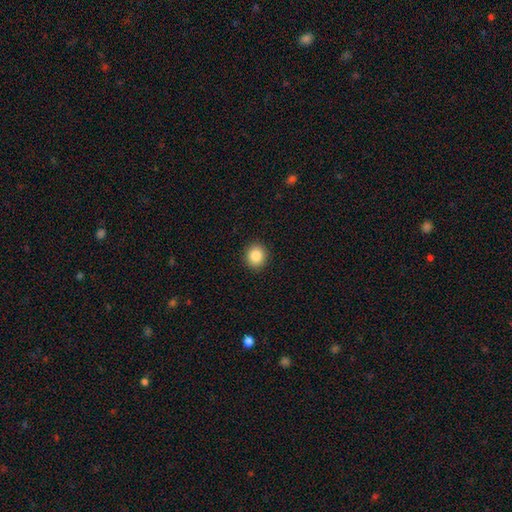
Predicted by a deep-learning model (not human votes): Morphology: type=smooth (86%); roundness=round (85%); merging=none (92%).